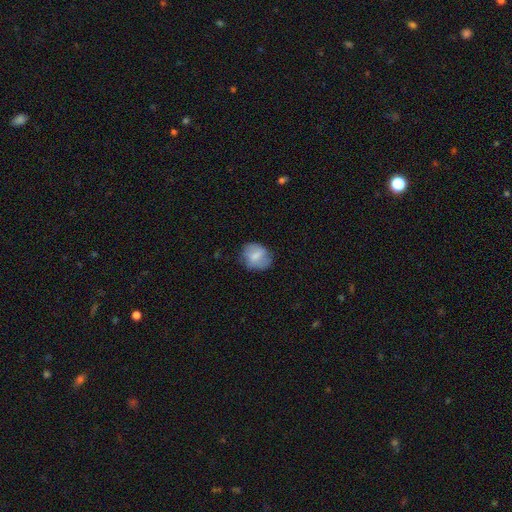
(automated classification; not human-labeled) Morphology: type=smooth (69%); roundness=round (50%); merging=none (69%).